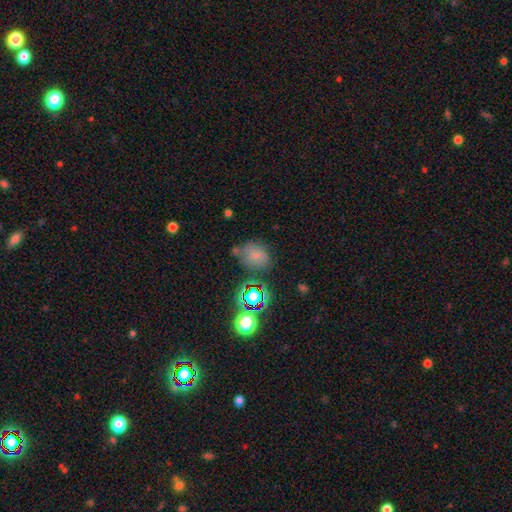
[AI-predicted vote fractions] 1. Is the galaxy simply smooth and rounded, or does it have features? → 64% smooth, 23% star or artifact, 13% featured or disk.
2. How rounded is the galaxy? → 56% in between, 43% round, 1% cigar-shaped.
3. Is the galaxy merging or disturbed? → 58% none, 23% minor disturbance, 10% merger, 9% major disturbance.